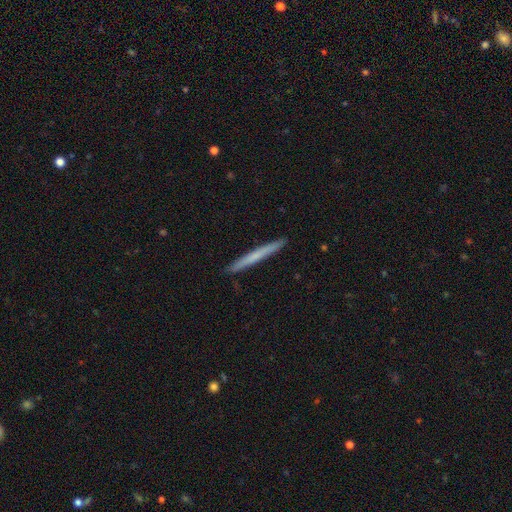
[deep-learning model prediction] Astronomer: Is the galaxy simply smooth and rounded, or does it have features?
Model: smooth — 59% (runner-up: featured or disk, 35%).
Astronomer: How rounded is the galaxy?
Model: cigar-shaped — 97%.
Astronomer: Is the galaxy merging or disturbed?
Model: none — 93%.